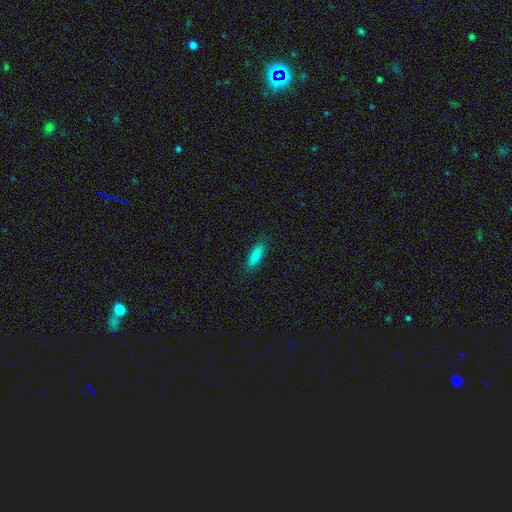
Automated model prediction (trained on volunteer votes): Smooth or featured? smooth (87%)
How rounded? in between (59%)
Merging? none (86%)